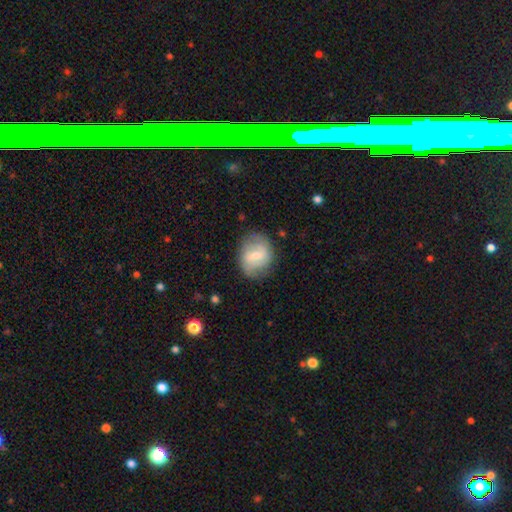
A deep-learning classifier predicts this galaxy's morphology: Smooth or featured: featured or disk — 52% (smooth — 41%)
Edge-on disk: no — 97% (yes — 3%)
Bar: weak — 56% (no — 24%)
Spiral arms: yes — 73% (no — 27%)
Bulge size: small — 52% (moderate — 43%)
Merging: none — 75% (minor disturbance — 17%)